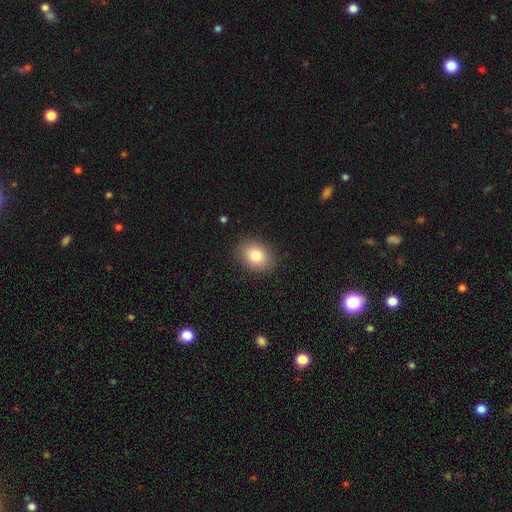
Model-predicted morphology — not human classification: This is clearly a smooth galaxy (82%). How rounded: likely in between (62%). Merging: clearly none (87%).